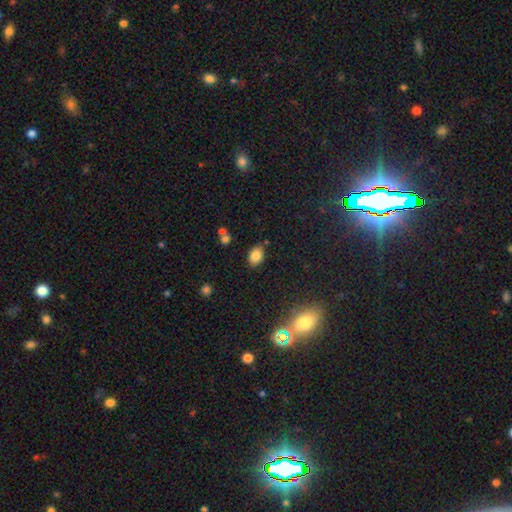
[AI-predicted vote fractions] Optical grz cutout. It shows a smooth galaxy with no disk features (82%) that is in between round and cigar-shaped (82%). Merging: none (82%).